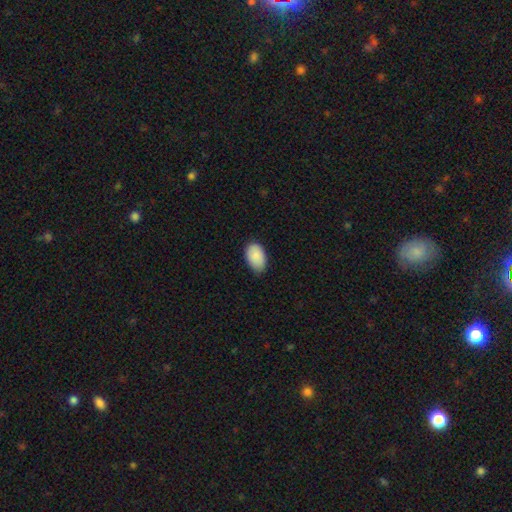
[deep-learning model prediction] Smooth or featured? Predicted: smooth (p=0.88). How rounded? Predicted: in between (p=0.92). Merging? Predicted: none (p=0.71).